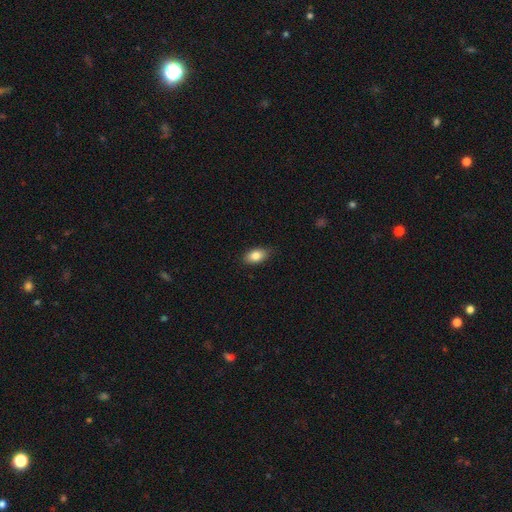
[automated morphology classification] Q: Smooth or featured?
A: smooth (84%); runner-up: featured or disk (8%)
Q: How rounded?
A: in between (89%); runner-up: round (8%)
Q: Merging?
A: none (85%); runner-up: minor disturbance (12%)